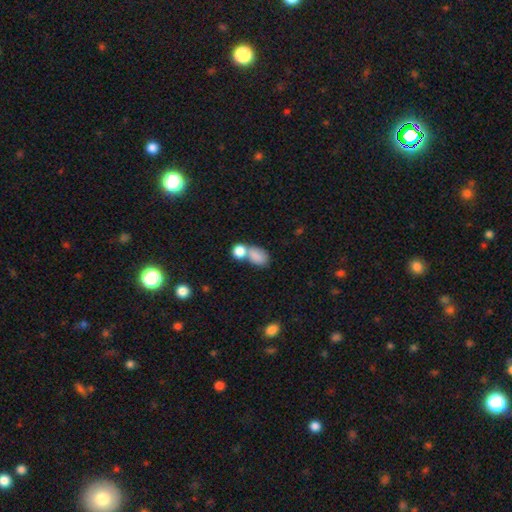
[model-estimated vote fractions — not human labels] Overall: smooth (82%). How rounded: in between (79%). Merging: merger (55%; none 28%).